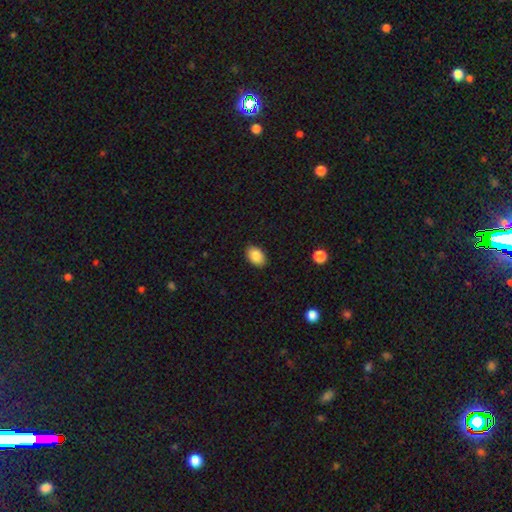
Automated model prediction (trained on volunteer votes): Smooth or featured? Predicted: smooth (p=0.88). How rounded? Predicted: in between (p=0.88). Merging? Predicted: none (p=0.88).